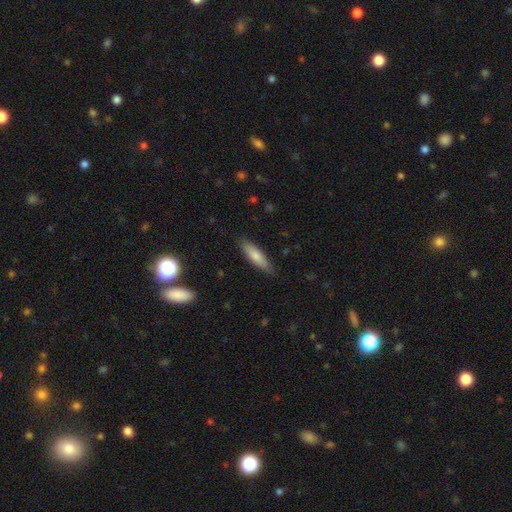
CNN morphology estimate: A smooth galaxy with no disk features (77%) that is cigar-shaped (67%). Merging: none (85%).